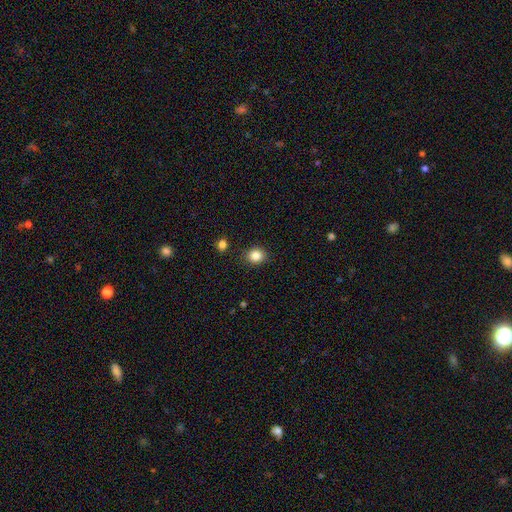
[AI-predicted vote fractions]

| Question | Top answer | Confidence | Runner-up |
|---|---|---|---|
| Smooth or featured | smooth | 85% | star or artifact (11%) |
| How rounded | round | 77% | in between (22%) |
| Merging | none | 88% | minor disturbance (8%) |